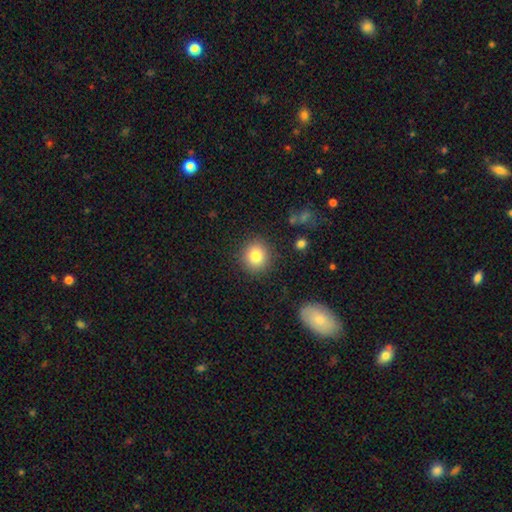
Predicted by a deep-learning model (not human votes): Morphology: type=smooth (82%); roundness=round (87%); merging=none (88%).